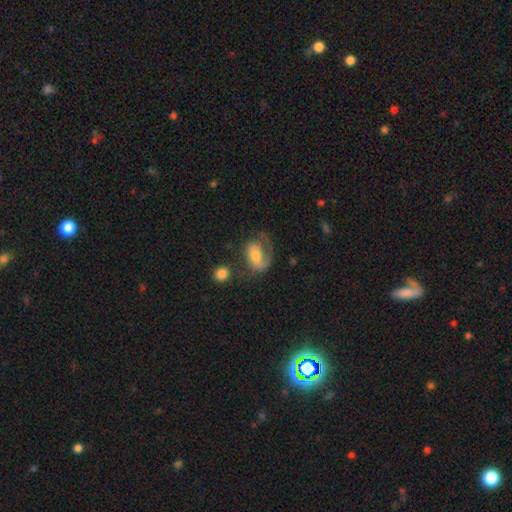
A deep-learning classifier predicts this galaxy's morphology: Overall: featured or disk (62%; smooth 31%). Edge-on disk: no (96%). Bar: no (53%; weak 35%). Spiral arms: yes (84%). Bulge size: moderate (56%; small 30%). Merging: none (41%; major disturbance 33%).